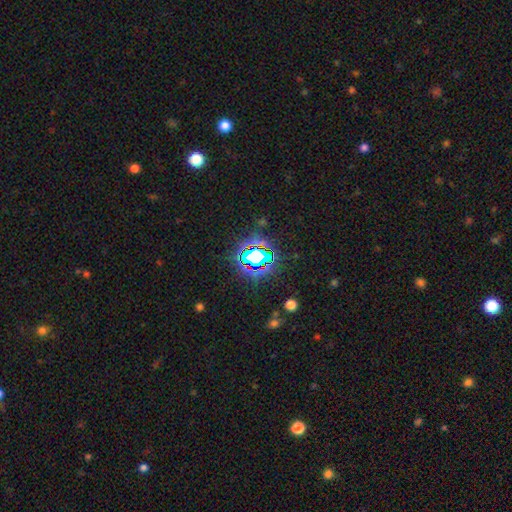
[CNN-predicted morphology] Smooth or featured? Predicted: star or artifact (p=0.70).